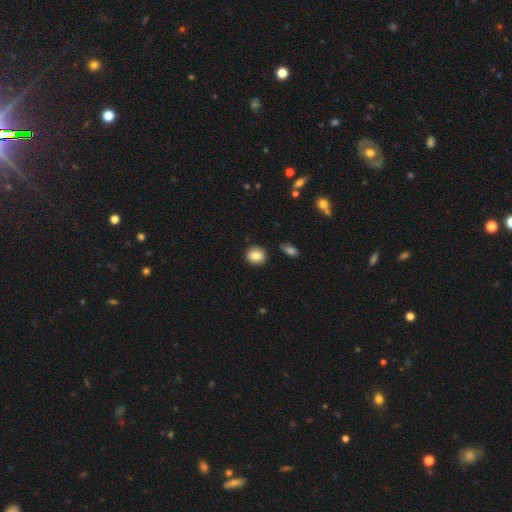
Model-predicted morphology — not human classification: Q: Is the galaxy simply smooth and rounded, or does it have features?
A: smooth — 84%.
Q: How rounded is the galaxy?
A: round — 71%.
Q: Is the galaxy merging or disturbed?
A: none — 86%.